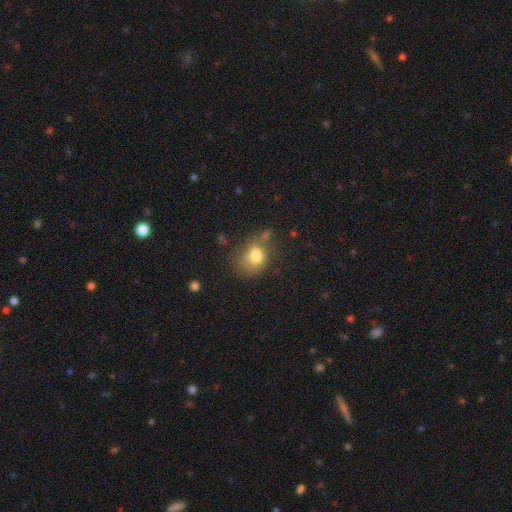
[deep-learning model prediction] Morphology: type=smooth (77%); roundness=in between (52%); merging=none (45%).